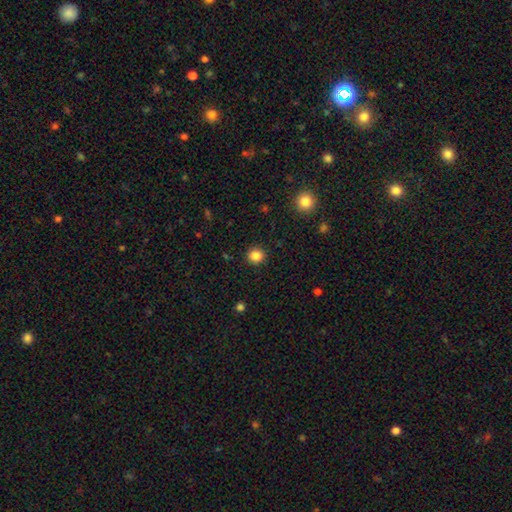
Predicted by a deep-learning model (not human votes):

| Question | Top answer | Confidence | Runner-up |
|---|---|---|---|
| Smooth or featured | smooth | 84% | star or artifact (12%) |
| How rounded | round | 92% | in between (8%) |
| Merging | none | 91% | minor disturbance (5%) |